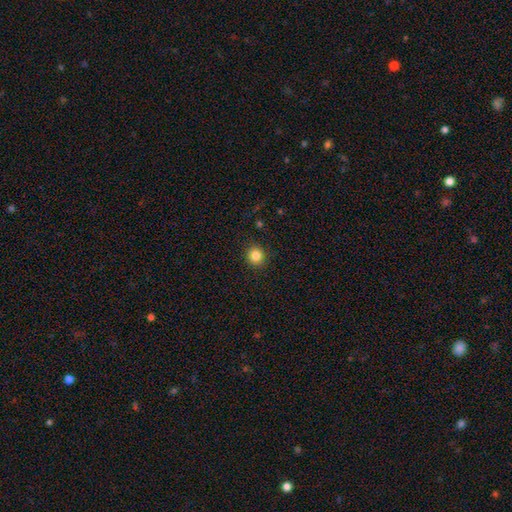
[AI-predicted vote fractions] smooth_or_featured: smooth (p=0.84) [alt: star or artifact p=0.11]
how_rounded: round (p=0.91) [alt: in between p=0.08]
merging: none (p=0.91) [alt: minor disturbance p=0.06]